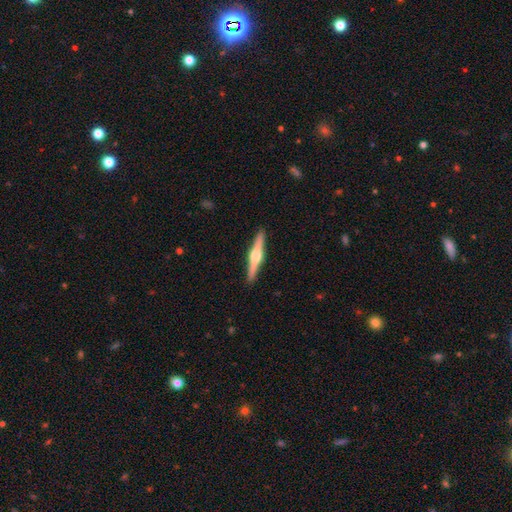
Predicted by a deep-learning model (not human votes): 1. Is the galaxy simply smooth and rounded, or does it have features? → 76% featured or disk, 20% smooth, 5% star or artifact.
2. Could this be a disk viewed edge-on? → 98% yes, 2% no.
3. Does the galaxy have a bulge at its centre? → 94% rounded, 4% boxy, 2% none.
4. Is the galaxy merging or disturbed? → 92% none, 6% minor disturbance, 1% major disturbance, 1% merger.